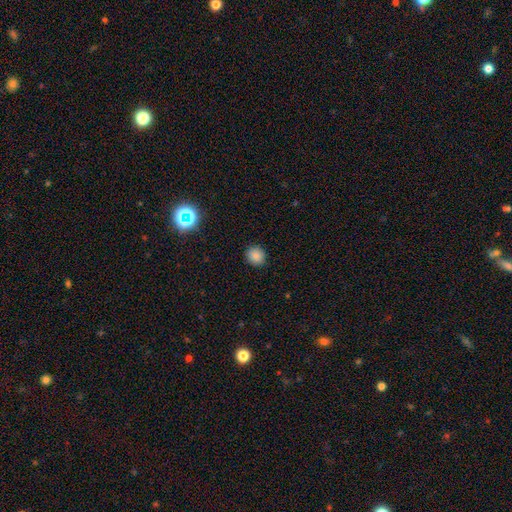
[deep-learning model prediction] The model was most divided on "how rounded": round: 81%, in between: 18%, cigar-shaped: 1%. More confident: merging — none (90%); smooth or featured — smooth (85%).